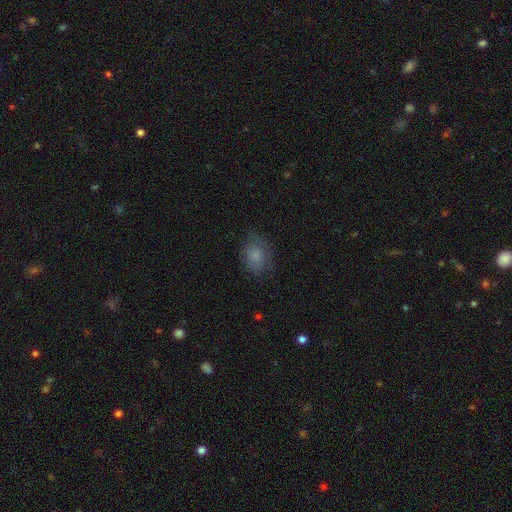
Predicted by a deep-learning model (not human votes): This is likely a smooth galaxy (80%). How rounded: likely in between (67%). Merging: likely none (66%).